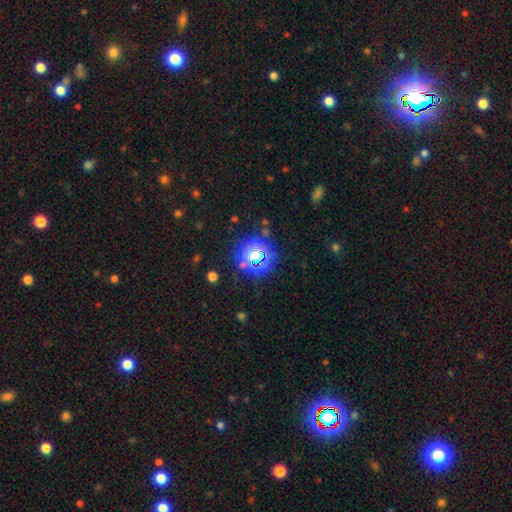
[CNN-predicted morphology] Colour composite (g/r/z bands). It shows a star or artifact, not a galaxy (62%).